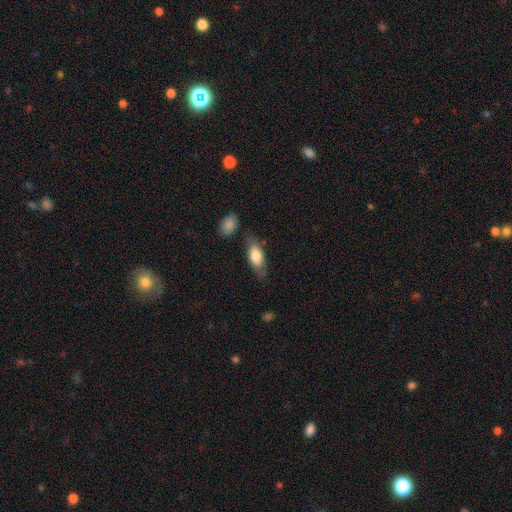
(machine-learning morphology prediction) smooth 74%, featured or disk 20%, star or artifact 6%. Down the decision tree: how rounded — in between (81%); merging — none (70%).